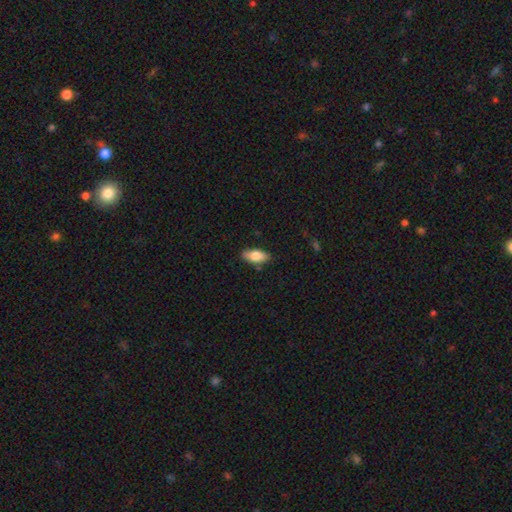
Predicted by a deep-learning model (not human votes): Q: Smooth or featured?
A: smooth (79%); runner-up: featured or disk (14%)
Q: How rounded?
A: in between (86%); runner-up: cigar-shaped (11%)
Q: Merging?
A: none (83%); runner-up: minor disturbance (13%)